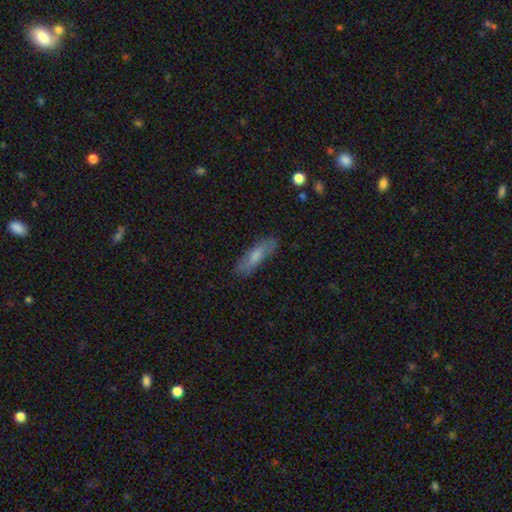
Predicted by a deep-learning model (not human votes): This is likely a smooth galaxy (68%). How rounded: likely cigar-shaped (61%). Merging: likely none (80%).